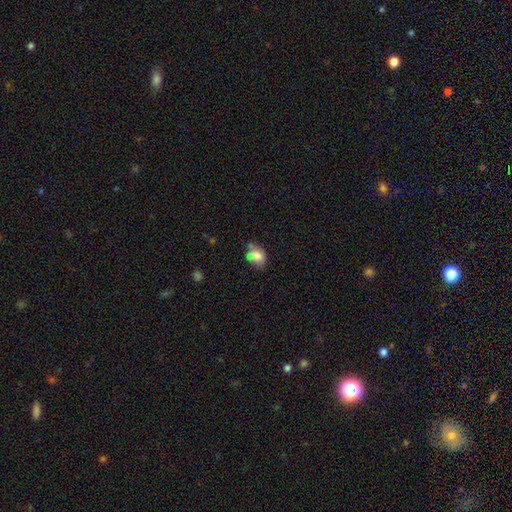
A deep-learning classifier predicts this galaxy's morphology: Smooth or featured?
  - smooth: 77% *
  - featured or disk: 13%
  - star or artifact: 10%
How rounded?
  - in between: 56% *
  - round: 43%
  - cigar-shaped: 1%
Merging?
  - none: 45% *
  - minor disturbance: 29%
  - merger: 17%
  - major disturbance: 9%